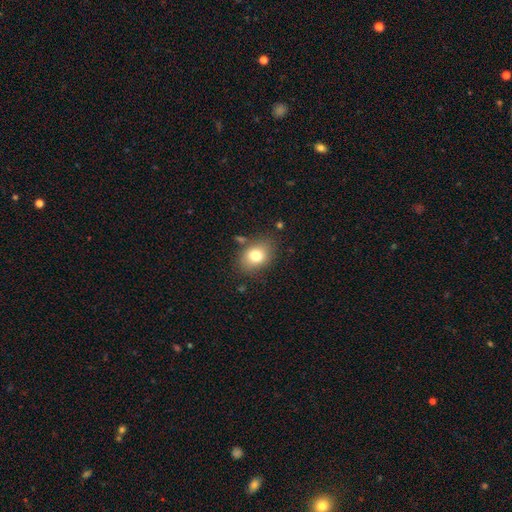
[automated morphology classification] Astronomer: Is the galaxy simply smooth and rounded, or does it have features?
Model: smooth — 78%.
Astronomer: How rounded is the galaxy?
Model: in between — 65%.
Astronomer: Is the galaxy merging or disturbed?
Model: none — 76%.